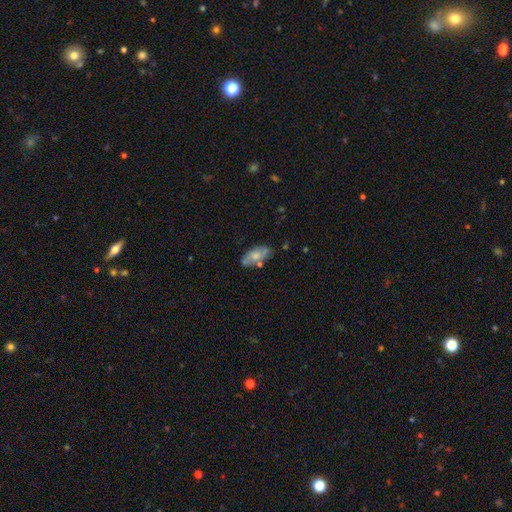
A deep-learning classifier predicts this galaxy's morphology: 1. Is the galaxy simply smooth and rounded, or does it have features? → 62% smooth, 31% featured or disk, 7% star or artifact.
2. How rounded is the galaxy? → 87% in between, 10% cigar-shaped, 3% round.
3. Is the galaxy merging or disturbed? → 64% none, 20% minor disturbance, 10% merger, 5% major disturbance.